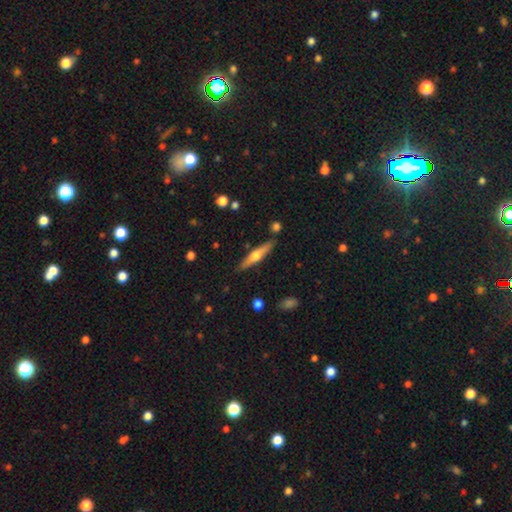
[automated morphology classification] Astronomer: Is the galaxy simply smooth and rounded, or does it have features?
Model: featured or disk — 61%.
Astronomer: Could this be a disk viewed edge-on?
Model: yes — 96%.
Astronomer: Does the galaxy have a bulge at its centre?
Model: rounded — 93%.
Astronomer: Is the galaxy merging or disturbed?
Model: none — 86%.